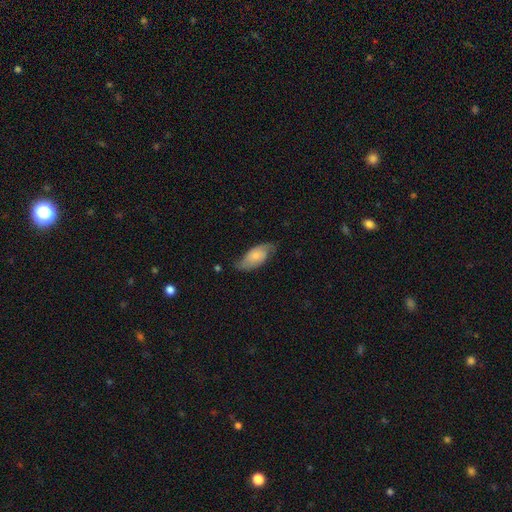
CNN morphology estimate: smooth_or_featured: featured or disk (p=0.52) [alt: smooth p=0.41]
disk_edge_on: no (p=0.92) [alt: yes p=0.08]
merging: none (p=0.68) [alt: minor disturbance p=0.23]